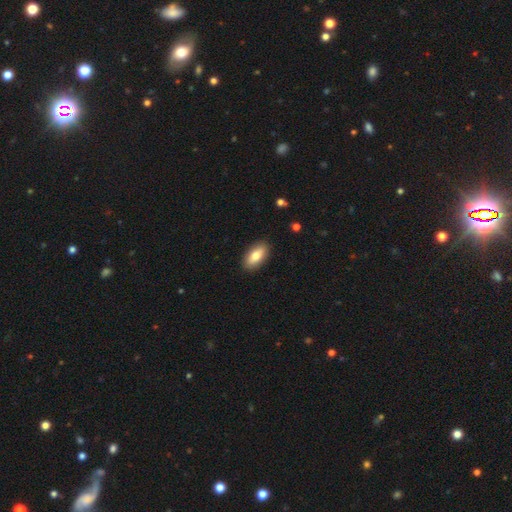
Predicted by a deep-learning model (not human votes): Morphology: type=smooth (79%); roundness=in between (89%); merging=none (89%).